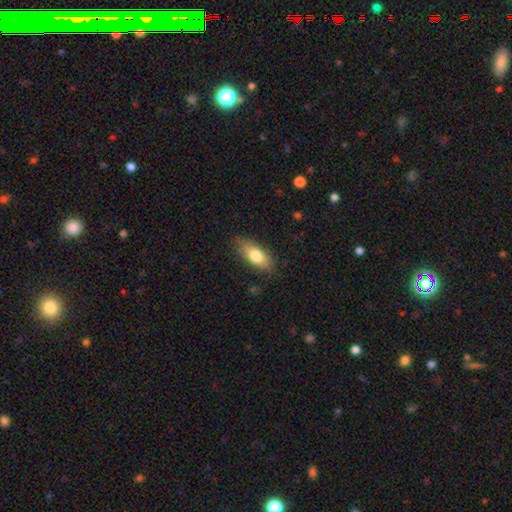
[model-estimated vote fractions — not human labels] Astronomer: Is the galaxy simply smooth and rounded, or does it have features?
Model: smooth — 75%.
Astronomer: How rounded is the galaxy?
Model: in between — 75%.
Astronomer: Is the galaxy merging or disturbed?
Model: none — 81%.